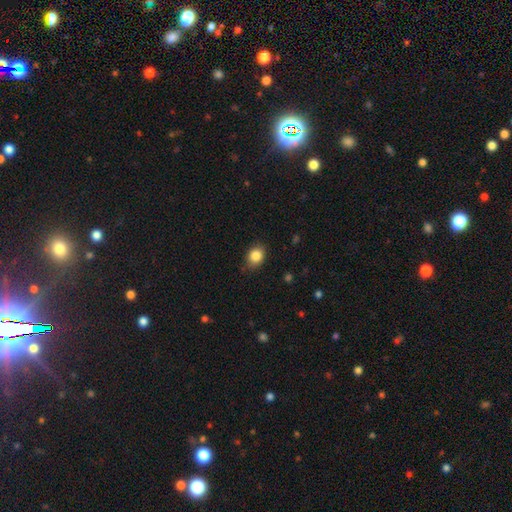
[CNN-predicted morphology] Q: Smooth or featured?
A: smooth (85%); runner-up: star or artifact (9%)
Q: How rounded?
A: round (51%); runner-up: in between (48%)
Q: Merging?
A: none (80%); runner-up: minor disturbance (16%)